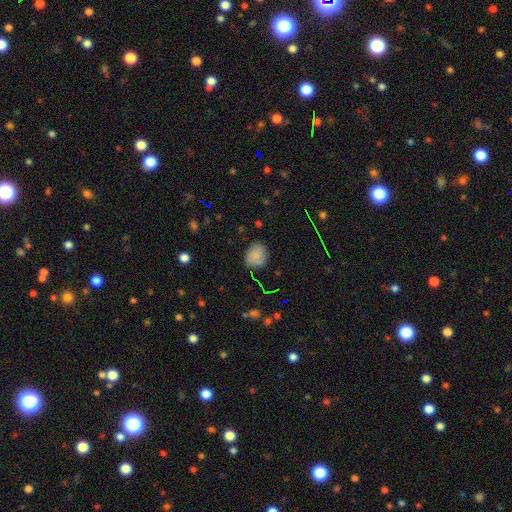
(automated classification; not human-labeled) The model was most divided on "how rounded": round: 58%, in between: 41%, cigar-shaped: 1%. More confident: smooth or featured — smooth (83%); merging — none (81%).